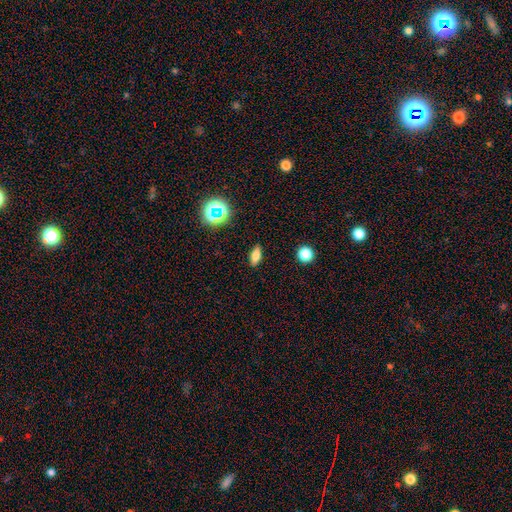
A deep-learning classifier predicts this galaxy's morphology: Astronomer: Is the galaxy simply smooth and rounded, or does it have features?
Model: smooth — 73%.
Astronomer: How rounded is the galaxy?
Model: in between — 77%.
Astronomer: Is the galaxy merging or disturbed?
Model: none — 88%.